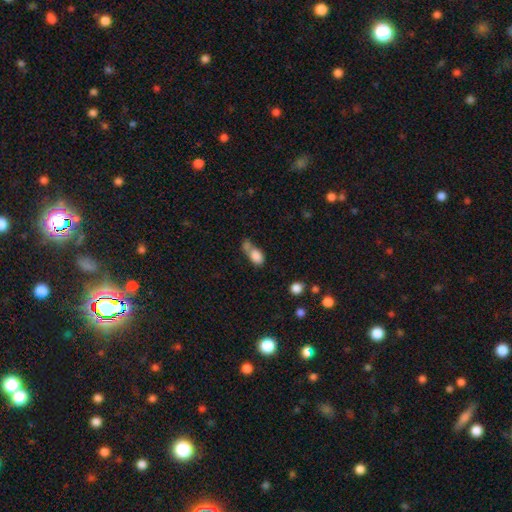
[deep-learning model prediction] This appears to be a smooth galaxy with no disk features (82%) that is in between round and cigar-shaped (83%). Merging: merger (48%).